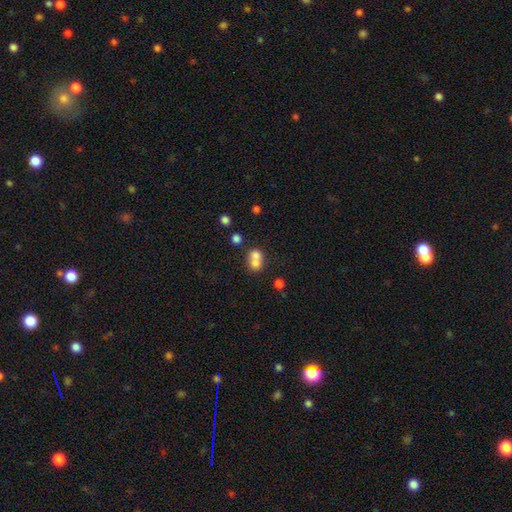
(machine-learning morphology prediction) smooth_or_featured: smooth (p=0.70) [alt: featured or disk p=0.18]
how_rounded: round (p=0.65) [alt: in between p=0.33]
merging: merger (p=0.65) [alt: none p=0.26]